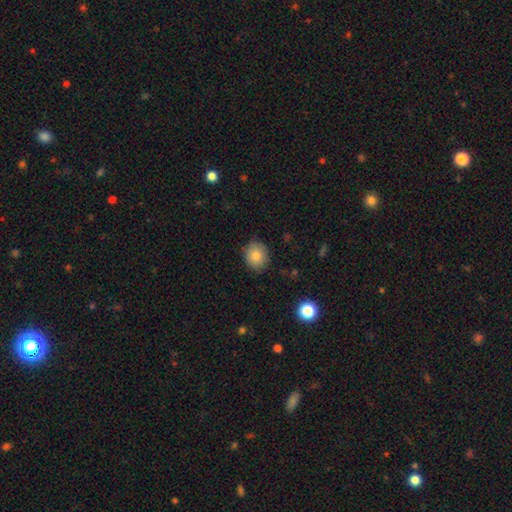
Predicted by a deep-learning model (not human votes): Smooth or featured: smooth — 81% (featured or disk — 10%)
How rounded: round — 73% (in between — 26%)
Merging: none — 84% (minor disturbance — 12%)